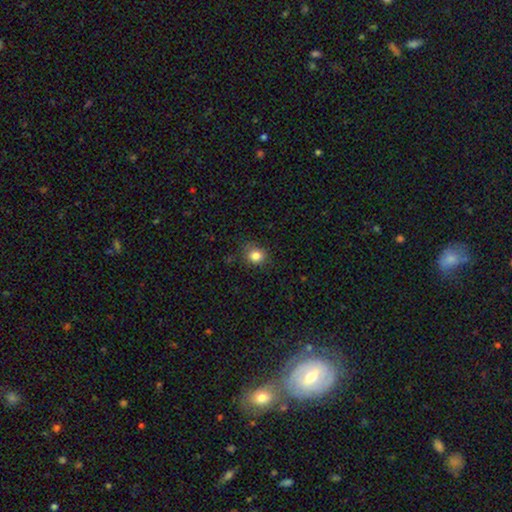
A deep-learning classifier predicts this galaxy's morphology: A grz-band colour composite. It shows a smooth galaxy with no disk features (83%) that is round (77%). Merging: none (80%).